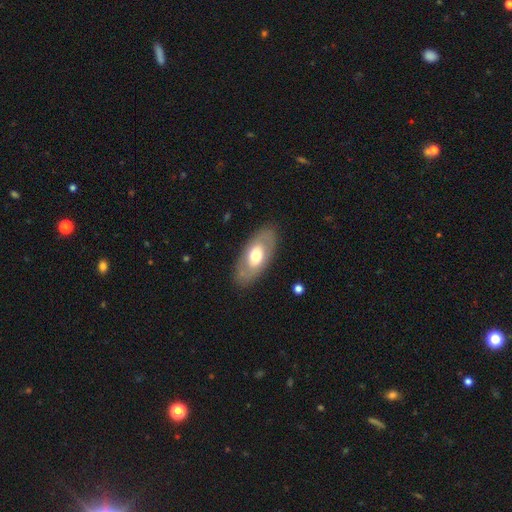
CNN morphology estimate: smooth_or_featured: smooth (p=0.52) [alt: featured or disk p=0.42]
how_rounded: in between (p=0.91) [alt: cigar-shaped p=0.05]
merging: none (p=0.84) [alt: minor disturbance p=0.11]